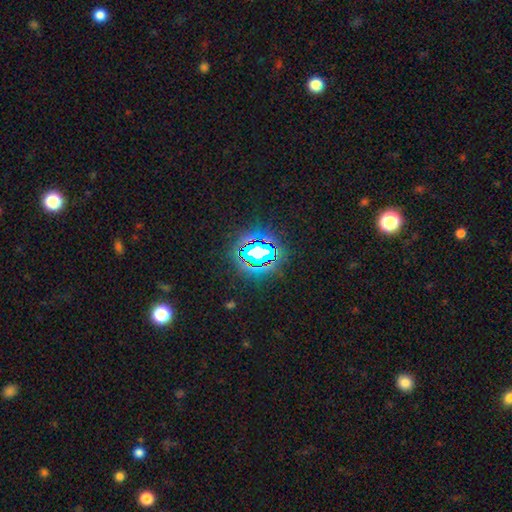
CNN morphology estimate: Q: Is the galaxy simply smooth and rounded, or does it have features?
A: star or artifact — 77%.